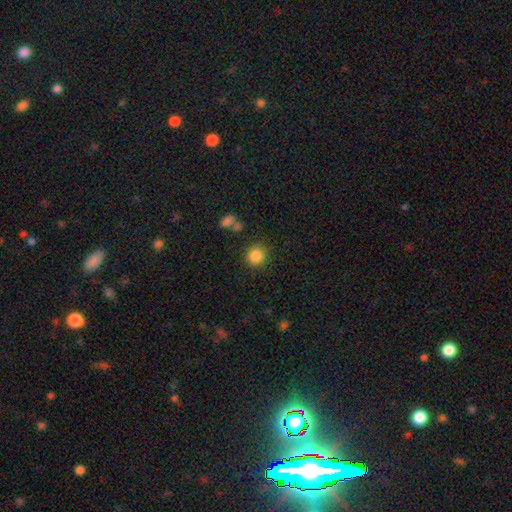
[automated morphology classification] Q: Smooth or featured?
A: smooth (85%); runner-up: star or artifact (10%)
Q: How rounded?
A: round (89%); runner-up: in between (10%)
Q: Merging?
A: none (83%); runner-up: minor disturbance (10%)